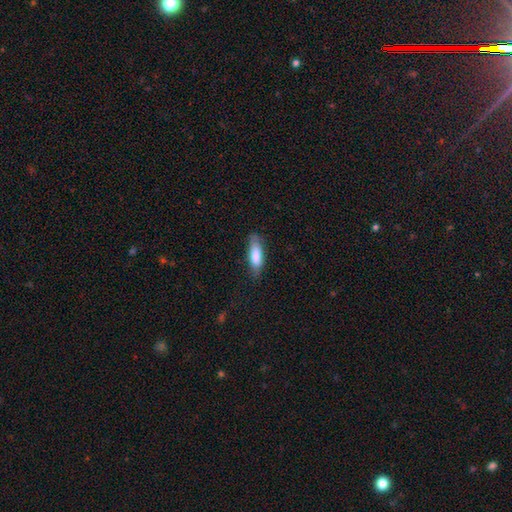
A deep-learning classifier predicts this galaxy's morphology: smooth 79%, featured or disk 15%, star or artifact 6%. Down the decision tree: how rounded — in between (53%); merging — none (73%).